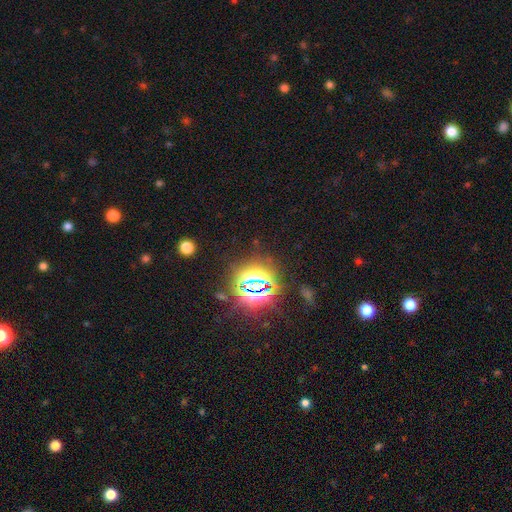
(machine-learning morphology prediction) star or artifact 80%, smooth 13%, featured or disk 7%.